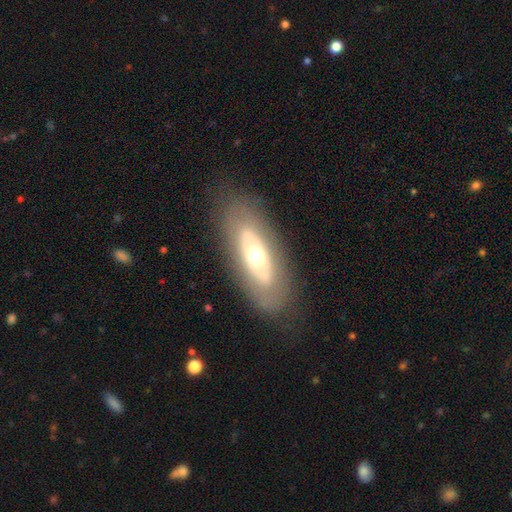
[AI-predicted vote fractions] This appears to be a featured or disk galaxy (57%). Merging: none (82%).